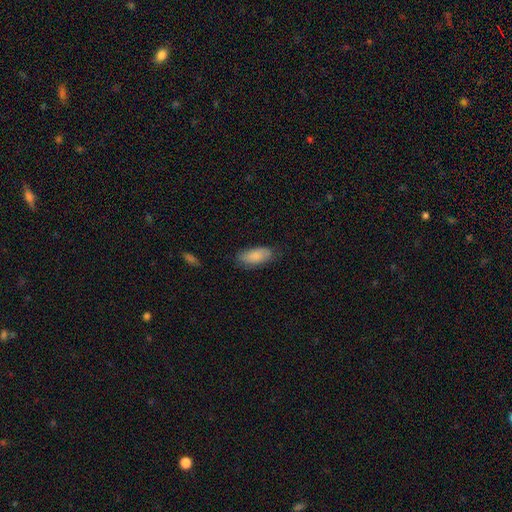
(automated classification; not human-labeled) smooth_or_featured: smooth (p=0.85) [alt: featured or disk p=0.09]
how_rounded: in between (p=0.87) [alt: cigar-shaped p=0.11]
merging: none (p=0.75) [alt: minor disturbance p=0.20]